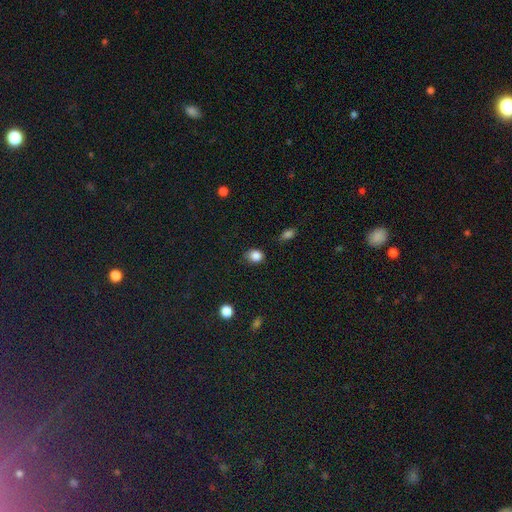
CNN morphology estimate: Smooth or featured?
  - smooth: 85% *
  - star or artifact: 10%
  - featured or disk: 4%
How rounded?
  - round: 58% *
  - in between: 41%
  - cigar-shaped: 1%
Merging?
  - none: 75% *
  - minor disturbance: 19%
  - major disturbance: 4%
  - merger: 2%